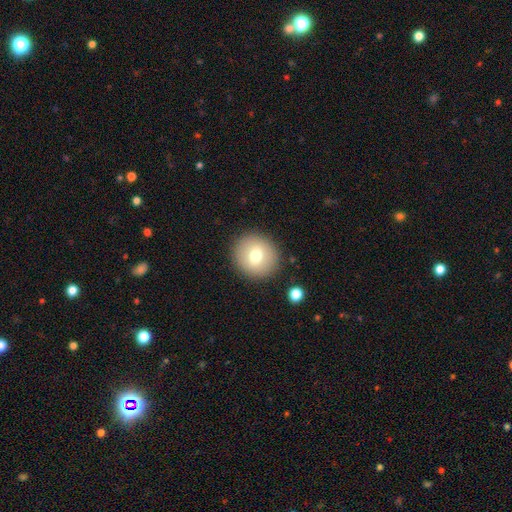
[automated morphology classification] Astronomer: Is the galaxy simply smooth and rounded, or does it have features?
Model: smooth — 72%.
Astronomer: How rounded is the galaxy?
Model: round — 90%.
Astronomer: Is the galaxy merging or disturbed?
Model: none — 89%.